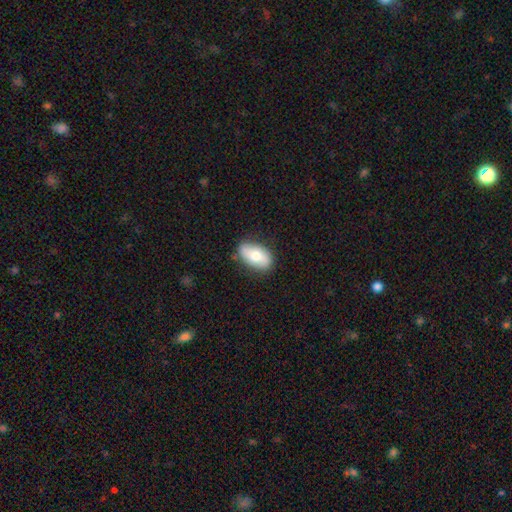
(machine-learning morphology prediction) smooth 67%, featured or disk 27%, star or artifact 6%. Down the decision tree: how rounded — in between (91%); merging — none (79%).